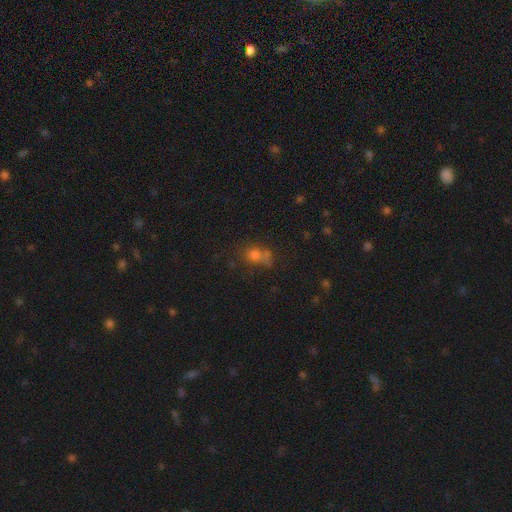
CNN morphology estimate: Smooth or featured: smooth — 63% (star or artifact — 23%)
How rounded: round — 68% (in between — 29%)
Merging: none — 46% (merger — 27%)